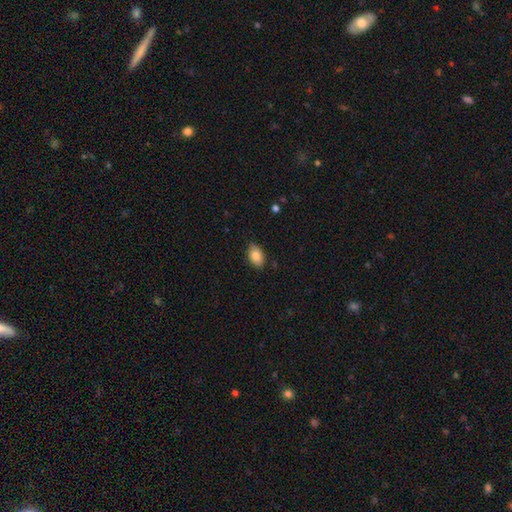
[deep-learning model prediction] Overall: smooth (86%). How rounded: in between (91%). Merging: none (85%).